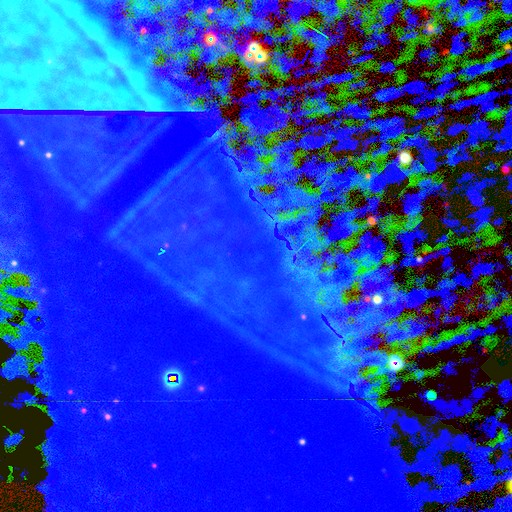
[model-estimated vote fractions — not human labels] Morphology: type=star or artifact (85%).